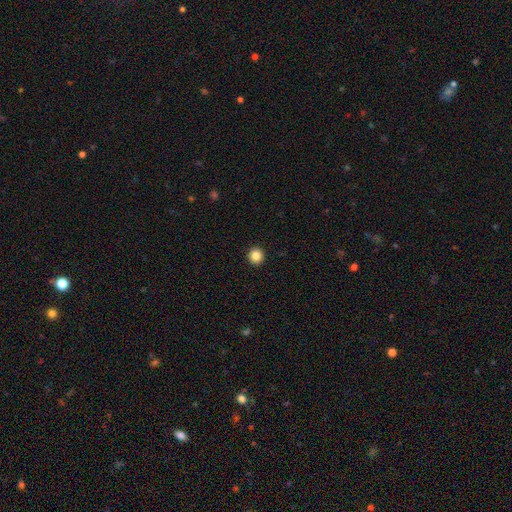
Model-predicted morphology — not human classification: This appears to be a smooth galaxy with no disk features (86%) that is round (95%). Merging: none (94%).